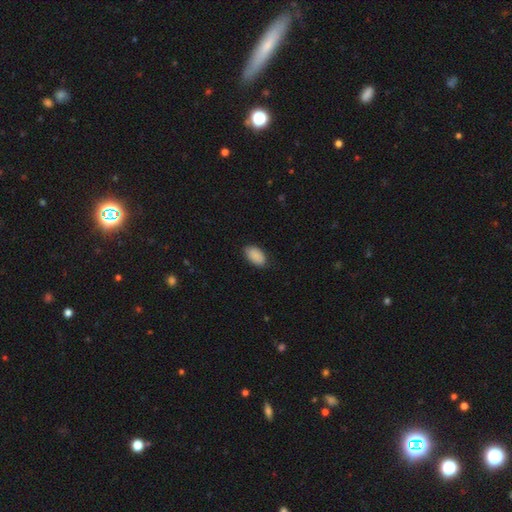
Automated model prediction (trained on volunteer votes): smooth-or-featured: smooth: 90% | star or artifact: 6% | featured or disk: 4%
  how-rounded: in between: 94% | round: 5% | cigar-shaped: 1%
  merging: none: 80% | minor disturbance: 16% | major disturbance: 3% | merger: 1%